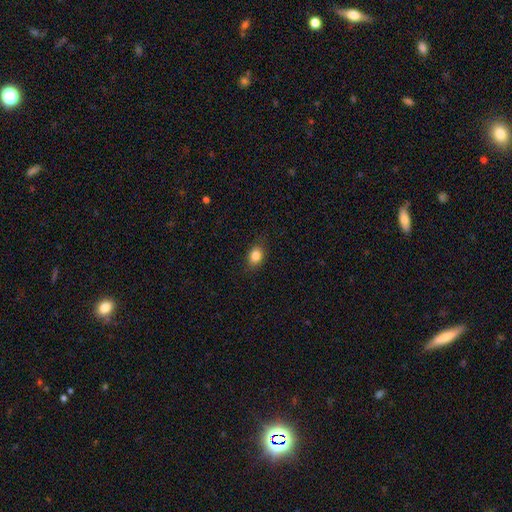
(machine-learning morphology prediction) The model was most divided on "how rounded": in between: 64%, round: 34%, cigar-shaped: 2%. More confident: smooth or featured — smooth (85%); merging — none (83%).